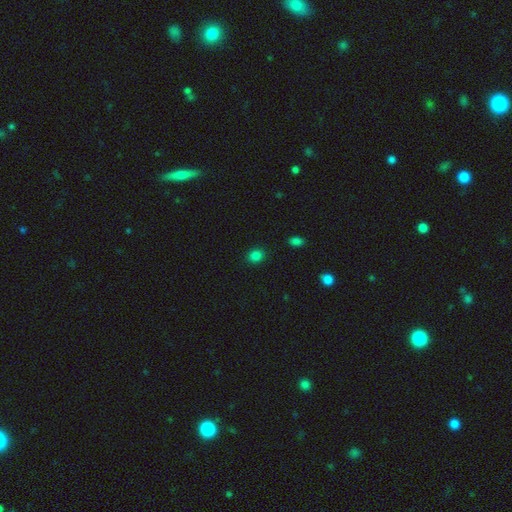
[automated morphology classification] smooth_or_featured: smooth (p=0.83) [alt: star or artifact p=0.14]
how_rounded: round (p=0.69) [alt: in between p=0.30]
merging: none (p=0.90) [alt: minor disturbance p=0.07]